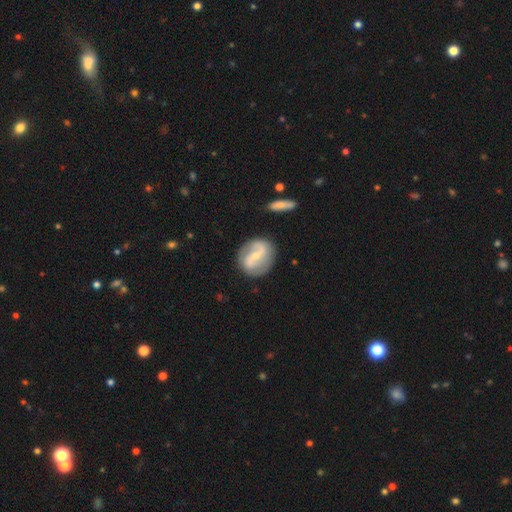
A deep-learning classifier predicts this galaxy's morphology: Q: Smooth or featured?
A: featured or disk (76%); runner-up: smooth (19%)
Q: Edge-on disk?
A: no (97%); runner-up: yes (3%)
Q: Bar?
A: weak (41%); runner-up: strong (37%)
Q: Spiral arms?
A: yes (88%); runner-up: no (12%)
Q: Spiral winding?
A: loose (41%); runner-up: medium (40%)
Q: Spiral arm count?
A: 2 (88%); runner-up: can't tell (6%)
Q: Bulge size?
A: small (64%); runner-up: moderate (31%)
Q: Merging?
A: none (80%); runner-up: minor disturbance (13%)